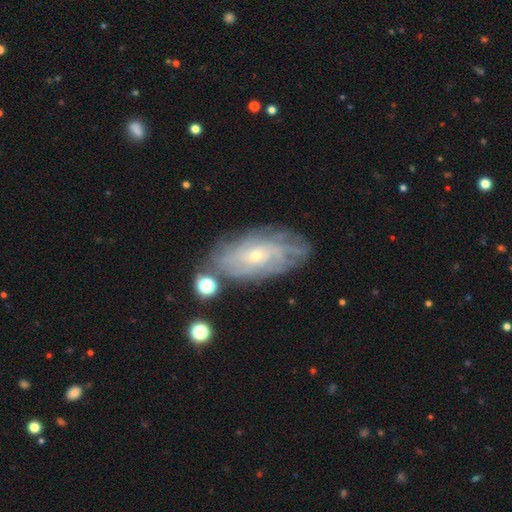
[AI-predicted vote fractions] Smooth or featured: featured or disk — 79% (smooth — 14%)
Edge-on disk: no — 92% (yes — 8%)
Bar: no — 73% (weak — 23%)
Spiral arms: yes — 89% (no — 11%)
Spiral winding: tight — 68% (medium — 24%)
Spiral arm count: can't tell — 54% (4 — 14%)
Bulge size: small — 76% (moderate — 21%)
Merging: none — 74% (minor disturbance — 17%)